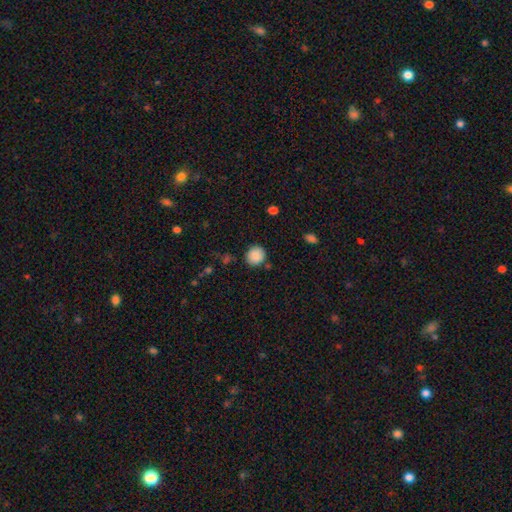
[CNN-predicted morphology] Smooth or featured?
  - smooth: 87% *
  - star or artifact: 8%
  - featured or disk: 4%
How rounded?
  - round: 88% *
  - in between: 12%
  - cigar-shaped: 1%
Merging?
  - none: 86% *
  - minor disturbance: 9%
  - merger: 3%
  - major disturbance: 3%